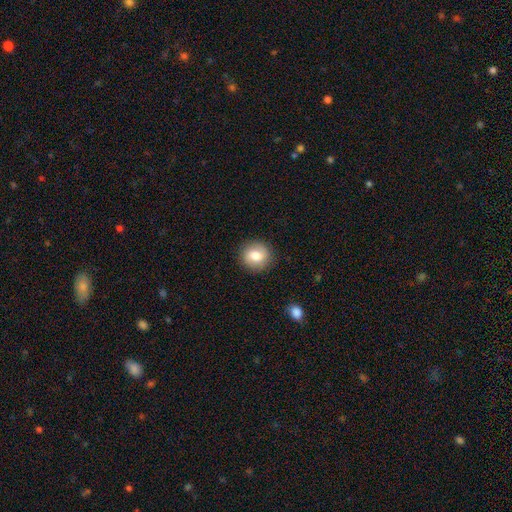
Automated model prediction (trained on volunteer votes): smooth-or-featured: smooth: 76% | featured or disk: 15% | star or artifact: 9%
  how-rounded: round: 88% | in between: 11% | cigar-shaped: 1%
  merging: none: 89% | minor disturbance: 8% | major disturbance: 2% | merger: 1%